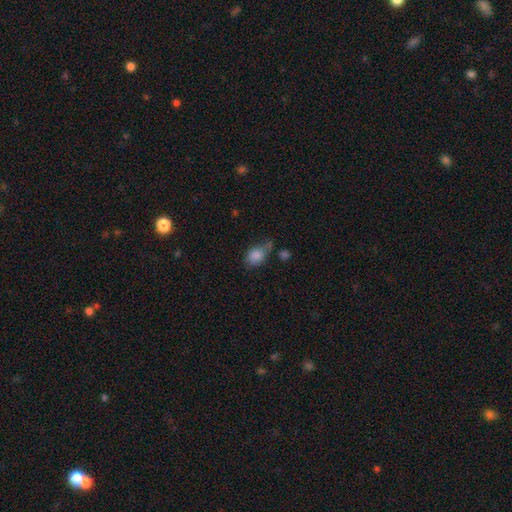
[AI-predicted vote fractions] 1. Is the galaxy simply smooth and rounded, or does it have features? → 84% smooth, 9% star or artifact, 7% featured or disk.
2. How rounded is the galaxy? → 61% in between, 37% round, 2% cigar-shaped.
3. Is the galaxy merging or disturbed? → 40% none, 28% minor disturbance, 18% merger, 13% major disturbance.